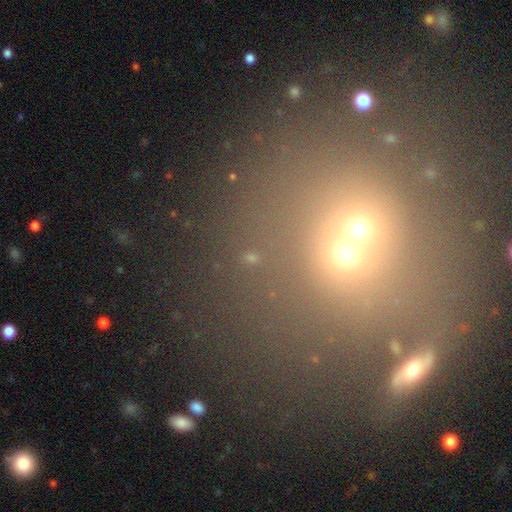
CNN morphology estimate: Q: Smooth or featured?
A: smooth (46%); runner-up: star or artifact (39%)
Q: Merging?
A: none (50%); runner-up: merger (38%)